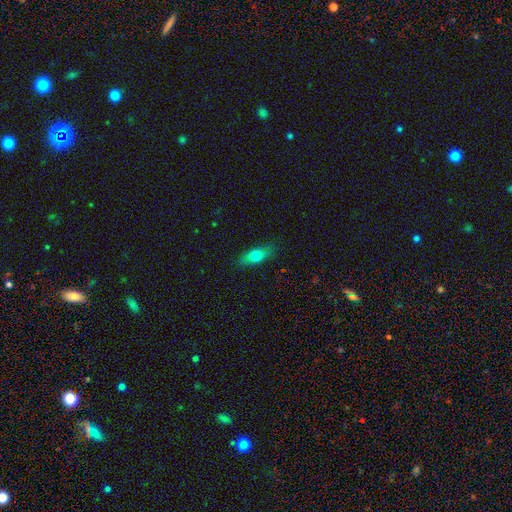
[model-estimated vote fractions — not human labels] Overall: smooth (71%). How rounded: in between (67%; cigar-shaped 29%). Merging: none (85%).